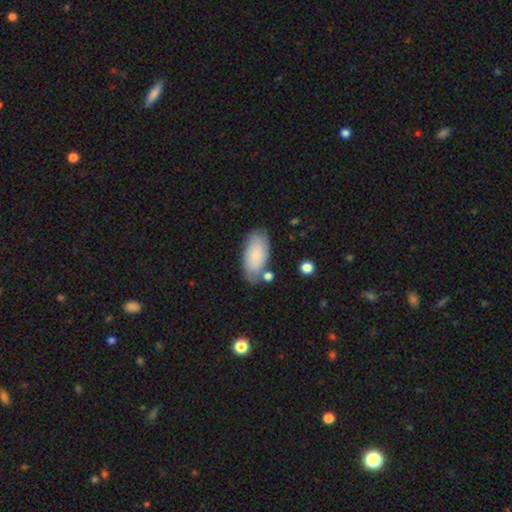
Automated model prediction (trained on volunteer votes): This appears to be a smooth galaxy with no disk features (76%) that is in between round and cigar-shaped (93%). Merging: none (69%).